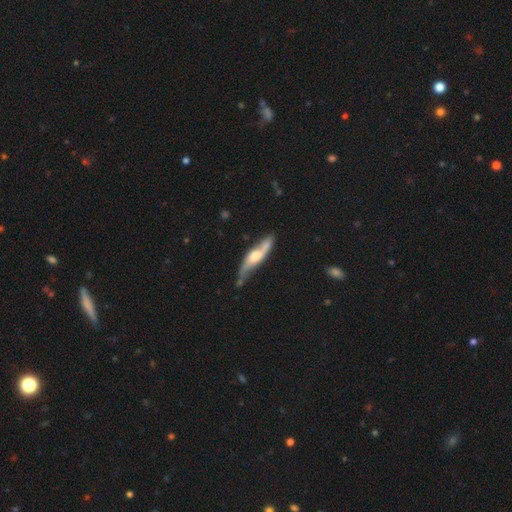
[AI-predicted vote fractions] Q: Smooth or featured?
A: featured or disk (71%); runner-up: smooth (24%)
Q: Edge-on disk?
A: yes (54%); runner-up: no (46%)
Q: Merging?
A: none (60%); runner-up: minor disturbance (26%)